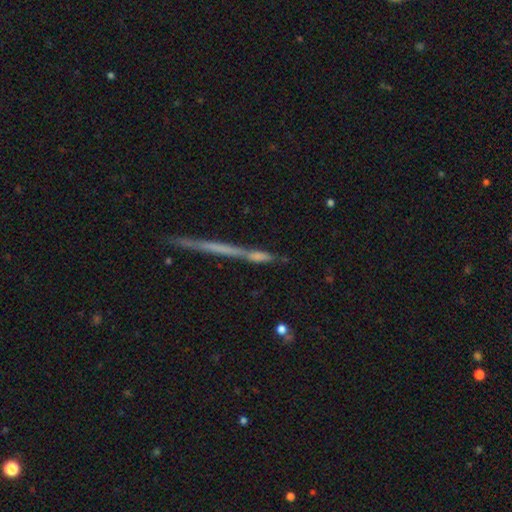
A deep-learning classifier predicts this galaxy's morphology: A featured or disk galaxy (44%). Merging: none (58%).